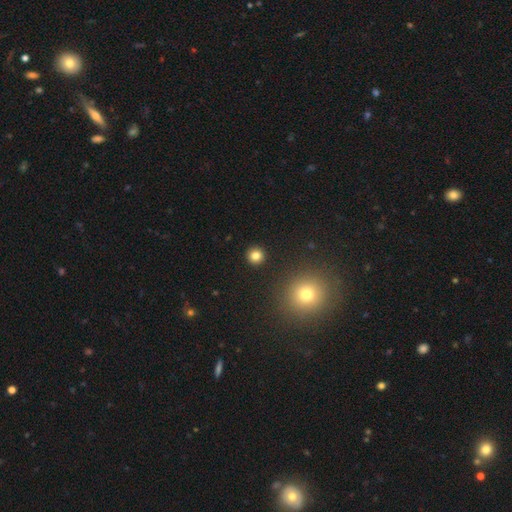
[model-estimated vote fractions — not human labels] The model was most divided on "smooth or featured": smooth: 82%, star or artifact: 13%, featured or disk: 5%. More confident: how rounded — round (94%); merging — none (93%).